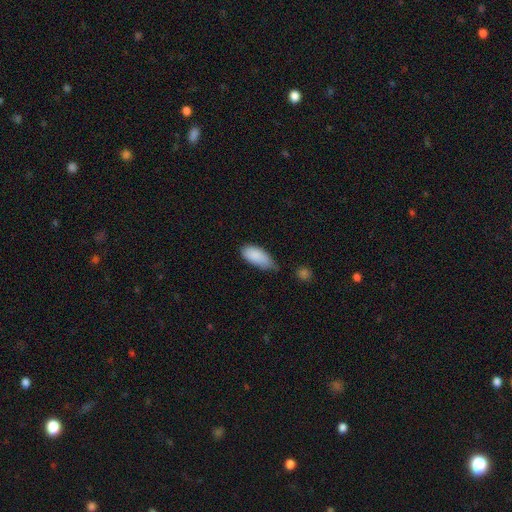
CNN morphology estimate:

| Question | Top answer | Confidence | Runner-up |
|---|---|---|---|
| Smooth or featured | smooth | 87% | star or artifact (7%) |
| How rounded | in between | 89% | cigar-shaped (9%) |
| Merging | minor disturbance | 45% | none (42%) |